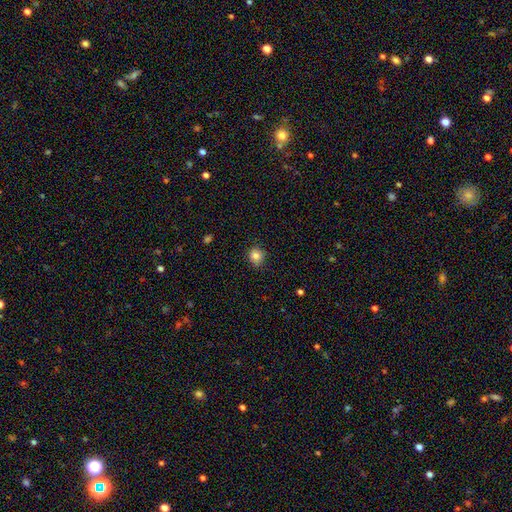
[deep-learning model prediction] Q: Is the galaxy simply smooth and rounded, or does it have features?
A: smooth — 84%.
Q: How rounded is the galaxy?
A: round — 84%.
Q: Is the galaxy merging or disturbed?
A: none — 86%.